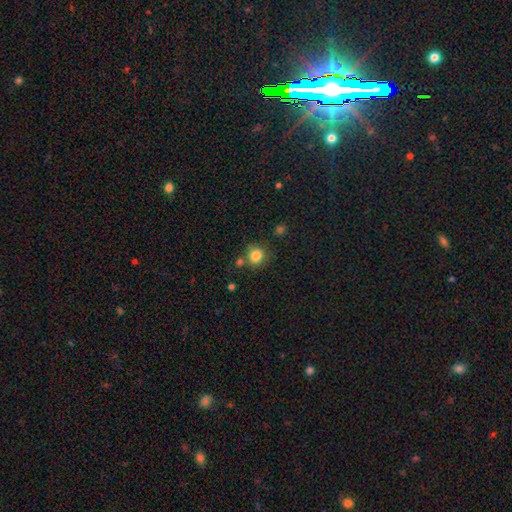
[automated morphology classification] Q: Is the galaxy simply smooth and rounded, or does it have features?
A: smooth — 83%.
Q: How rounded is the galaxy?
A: round — 85%.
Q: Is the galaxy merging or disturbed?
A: none — 71%.